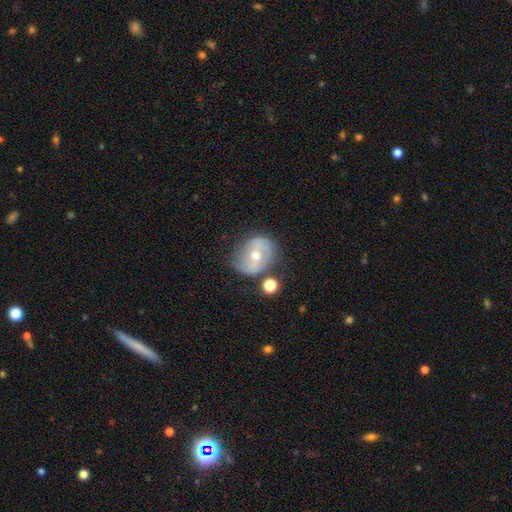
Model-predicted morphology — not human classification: Smooth or featured: featured or disk — 62% (smooth — 28%)
Edge-on disk: no — 96% (yes — 4%)
Bar: no — 46% (weak — 35%)
Spiral arms: yes — 70% (no — 30%)
Bulge size: moderate — 57% (small — 39%)
Merging: none — 65% (minor disturbance — 20%)